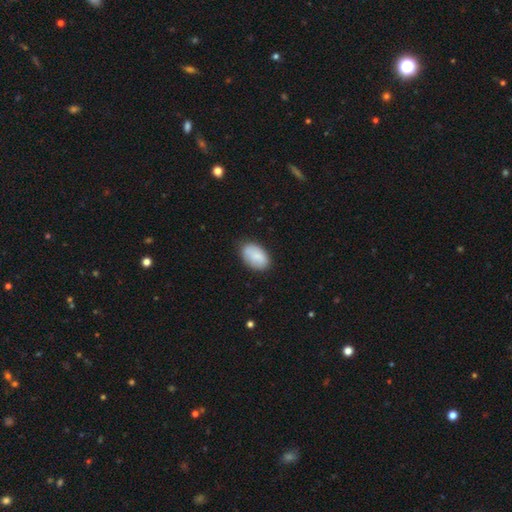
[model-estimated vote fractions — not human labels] Smooth or featured? smooth (84%)
How rounded? in between (91%)
Merging? none (76%)